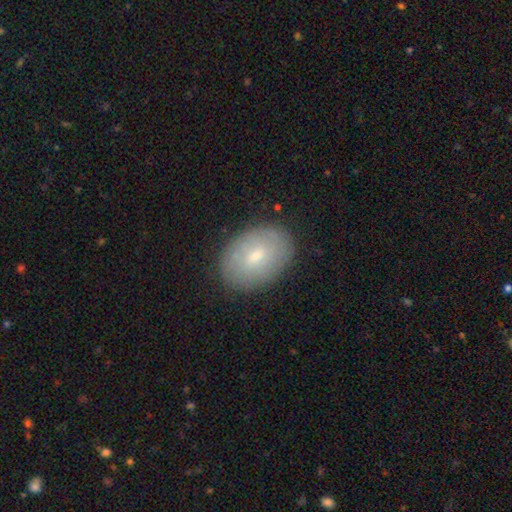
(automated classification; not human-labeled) Smooth or featured? smooth (61%)
How rounded? in between (82%)
Merging? none (84%)